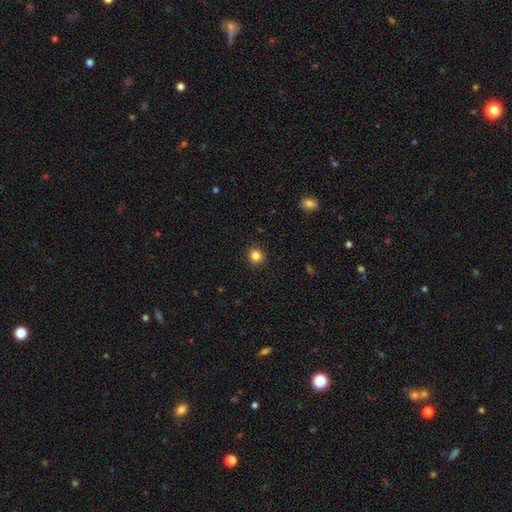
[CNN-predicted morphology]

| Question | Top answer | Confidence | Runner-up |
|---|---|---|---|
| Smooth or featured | smooth | 84% | star or artifact (12%) |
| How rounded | round | 88% | in between (11%) |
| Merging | none | 91% | minor disturbance (6%) |